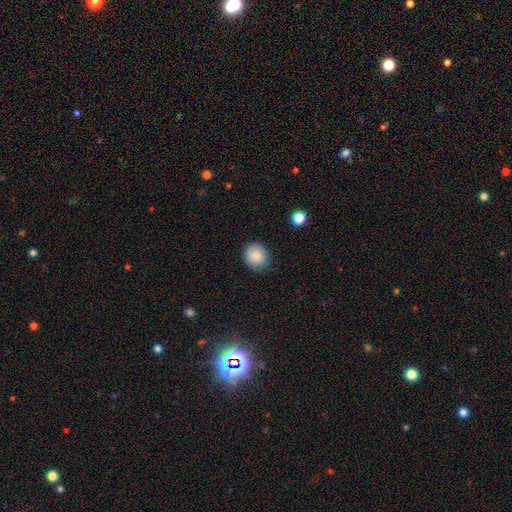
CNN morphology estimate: Smooth or featured? Predicted: smooth (p=0.85). How rounded? Predicted: round (p=0.81). Merging? Predicted: none (p=0.83).